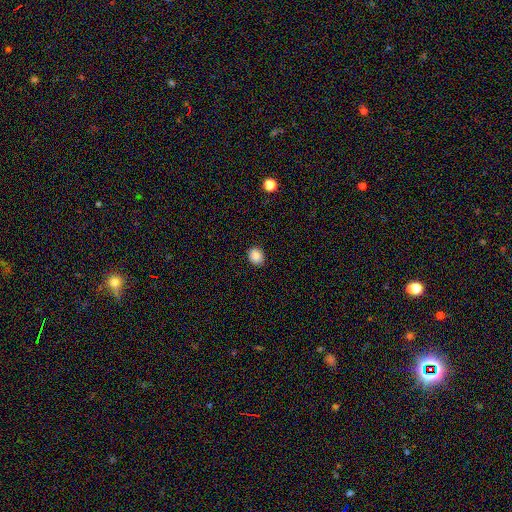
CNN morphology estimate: A smooth galaxy with no disk features (87%) that is round (57%).

Vote fractions:
- Smooth or featured? smooth: 87% / star or artifact: 9% / featured or disk: 4%
- How rounded? round: 57% / in between: 42% / cigar-shaped: 1%
- Merging? none: 89% / minor disturbance: 8% / major disturbance: 2% / merger: 1%